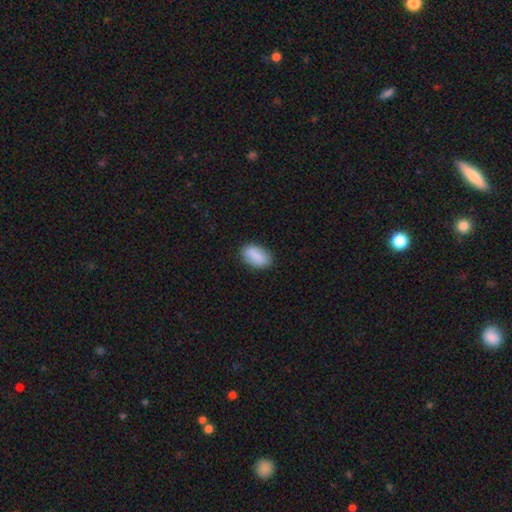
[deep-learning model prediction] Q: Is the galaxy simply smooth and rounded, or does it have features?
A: smooth — 86%.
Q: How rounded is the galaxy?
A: in between — 92%.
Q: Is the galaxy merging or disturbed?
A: none — 83%.